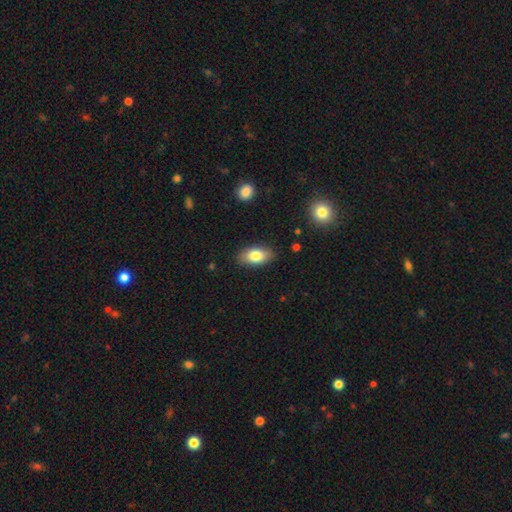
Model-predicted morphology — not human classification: Overall: smooth (81%). How rounded: in between (91%). Merging: none (86%).